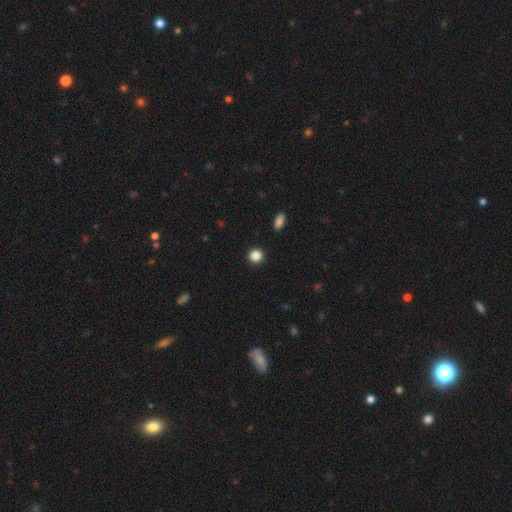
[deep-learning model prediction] This appears to be a smooth galaxy with no disk features (85%) that is round (93%). Merging: none (93%).